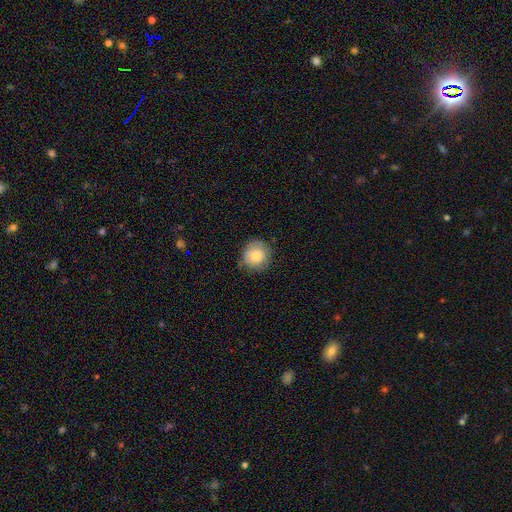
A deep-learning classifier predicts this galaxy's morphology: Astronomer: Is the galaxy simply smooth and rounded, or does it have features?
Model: smooth — 78%.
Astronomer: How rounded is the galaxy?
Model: round — 91%.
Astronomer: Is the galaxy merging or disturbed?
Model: none — 76%.